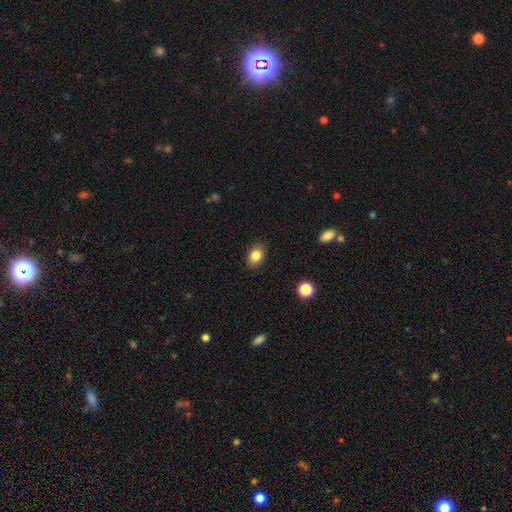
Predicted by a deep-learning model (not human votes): smooth_or_featured: smooth (p=0.84) [alt: star or artifact p=0.09]
how_rounded: in between (p=0.71) [alt: round p=0.28]
merging: none (p=0.88) [alt: minor disturbance p=0.08]